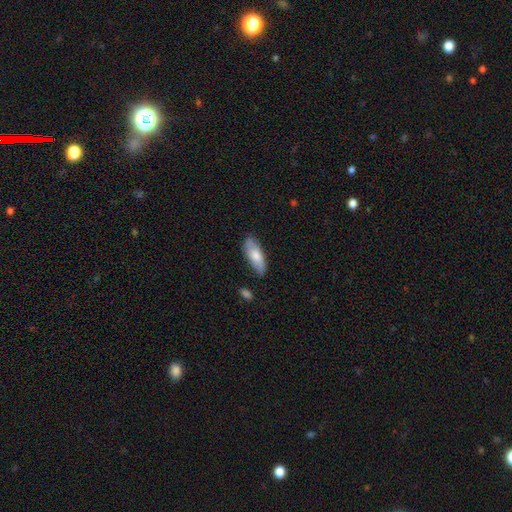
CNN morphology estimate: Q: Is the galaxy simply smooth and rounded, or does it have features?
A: smooth — 73%.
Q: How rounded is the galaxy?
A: in between — 73%.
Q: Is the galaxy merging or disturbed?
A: none — 75%.